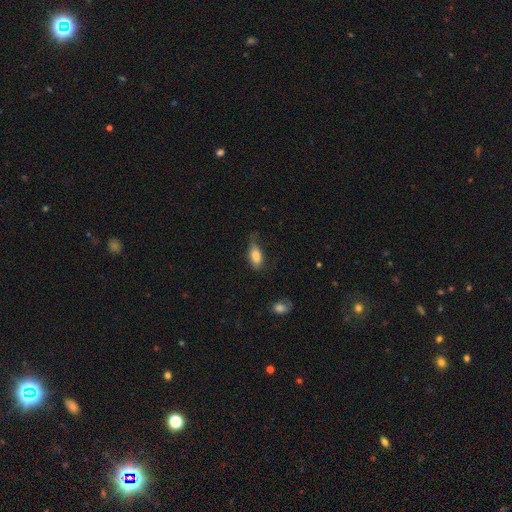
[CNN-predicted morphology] A smooth galaxy with no disk features (80%) that is in between round and cigar-shaped (85%). Merging: none (53%).